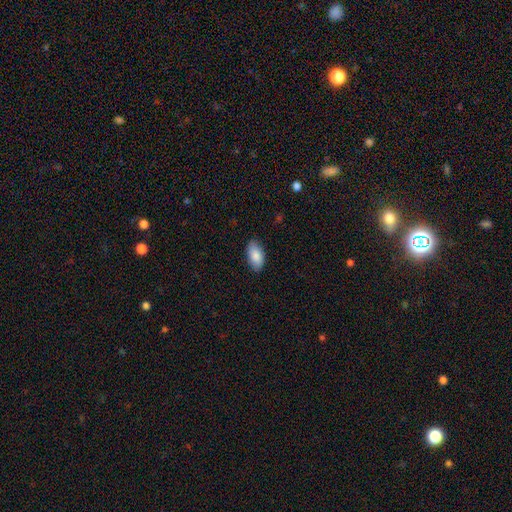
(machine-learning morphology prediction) A smooth galaxy with no disk features (87%) that is in between round and cigar-shaped (94%).

Vote fractions:
- Smooth or featured? smooth: 87% / featured or disk: 7% / star or artifact: 6%
- How rounded? in between: 94% / cigar-shaped: 3% / round: 2%
- Merging? none: 86% / minor disturbance: 11% / major disturbance: 2% / merger: 1%